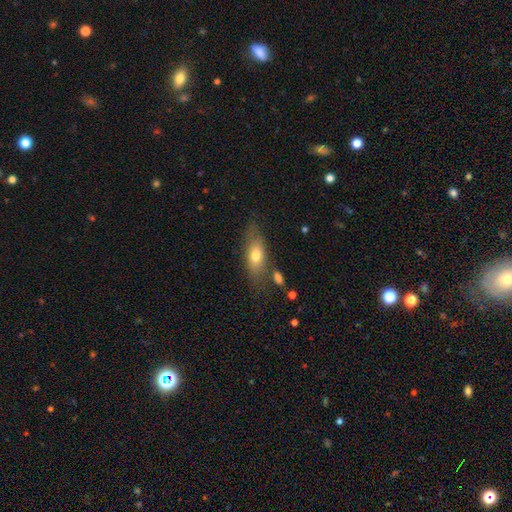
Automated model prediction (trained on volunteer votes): This is likely a smooth galaxy (68%). How rounded: likely in between (73%). Merging: likely none (68%).